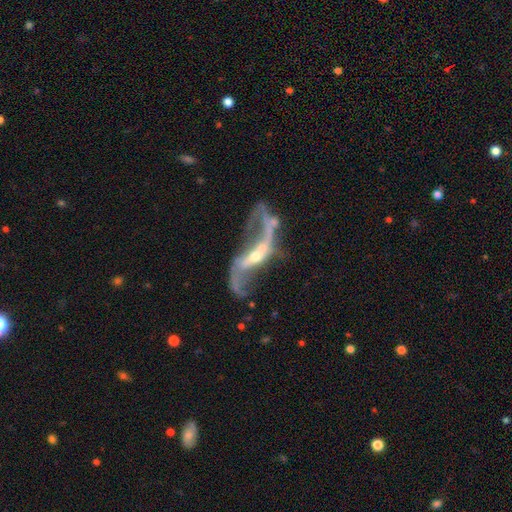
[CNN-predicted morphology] Smooth or featured? featured or disk (87%)
Edge-on disk? no (89%)
Bar? strong (40%)
Spiral arms? yes (85%)
Spiral winding? loose (85%)
Spiral arm count? 2 (88%)
Bulge size? small (47%)
Merging? none (39%)